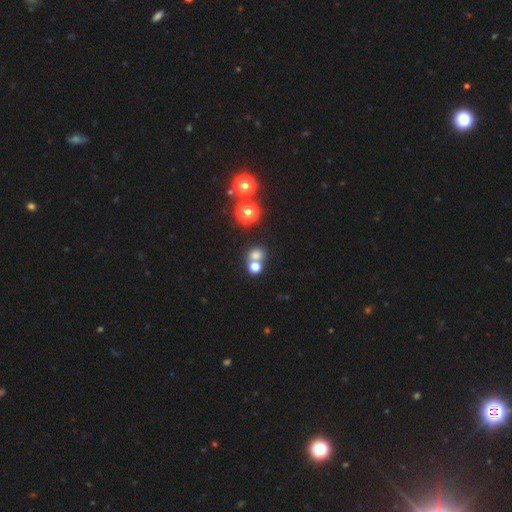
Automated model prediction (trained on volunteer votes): The model was most divided on "merging": none: 52%, merger: 36%, minor disturbance: 8%, major disturbance: 4%. More confident: how rounded — round (73%); smooth or featured — smooth (68%).